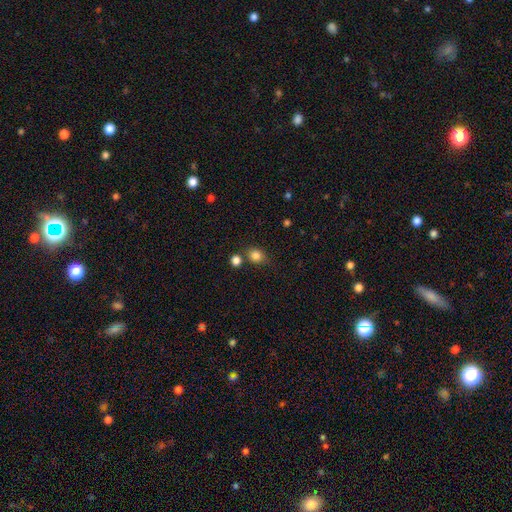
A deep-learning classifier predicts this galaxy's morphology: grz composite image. It shows a smooth galaxy with no disk features (84%) that is round (66%). Merging: none (70%).